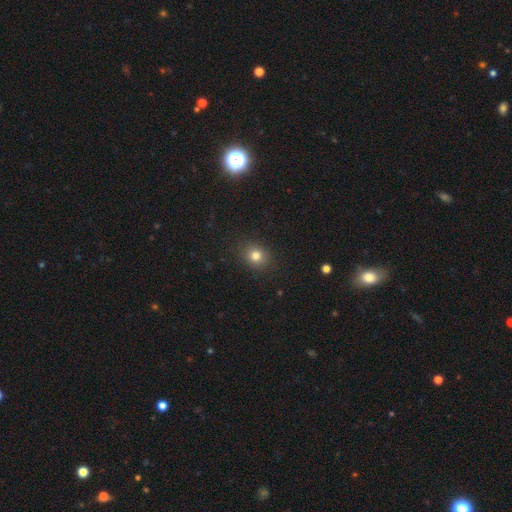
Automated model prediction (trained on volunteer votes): This is likely a smooth galaxy (79%). How rounded: likely round (76%). Merging: clearly none (88%).